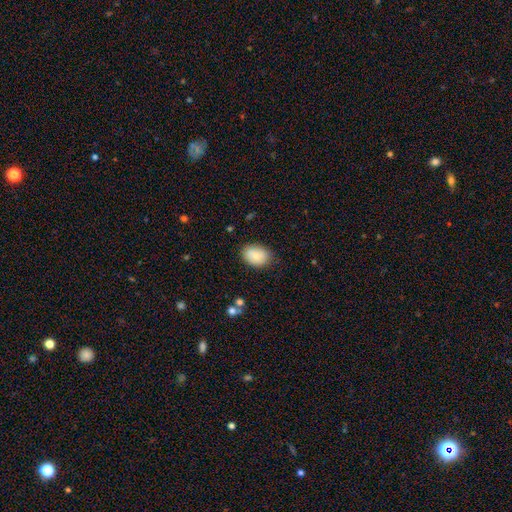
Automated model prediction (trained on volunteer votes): Morphology: type=smooth (80%); roundness=in between (74%); merging=none (79%).